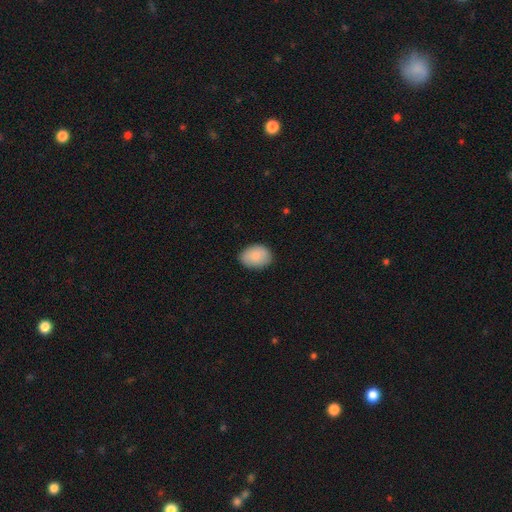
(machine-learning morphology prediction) This appears to be a smooth galaxy with no disk features (85%) that is in between round and cigar-shaped (74%). Merging: none (84%).